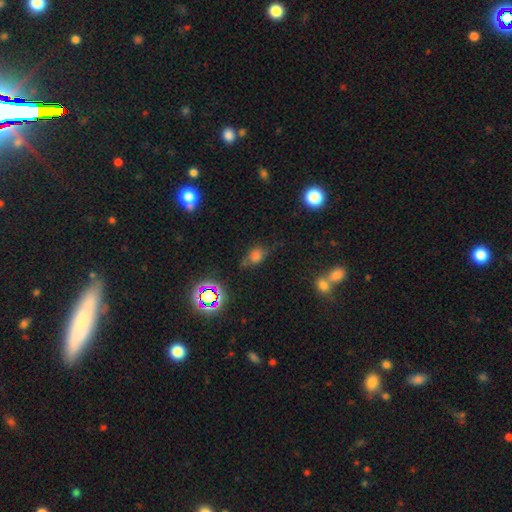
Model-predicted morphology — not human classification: Smooth or featured? Predicted: smooth (p=0.59). How rounded? Predicted: in between (p=0.54). Merging? Predicted: none (p=0.58).